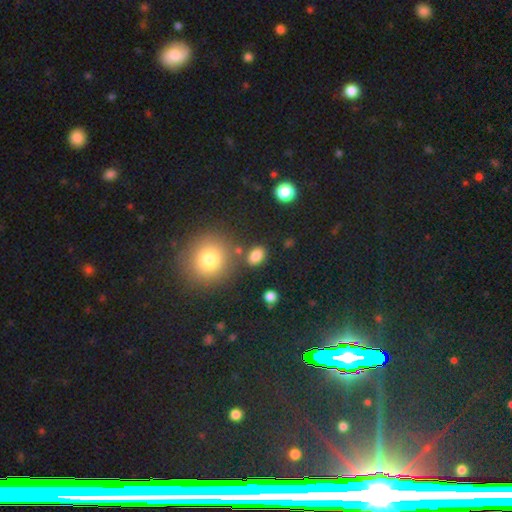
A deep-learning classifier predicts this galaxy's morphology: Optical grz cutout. It shows a smooth galaxy with no disk features (82%) that is in between round and cigar-shaped (77%). Merging: none (78%).